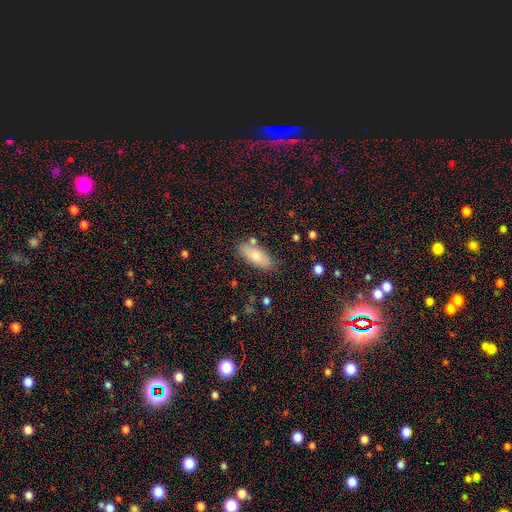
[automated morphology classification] This appears to be a smooth galaxy with no disk features (78%) that is in between round and cigar-shaped (83%). Merging: none (78%).